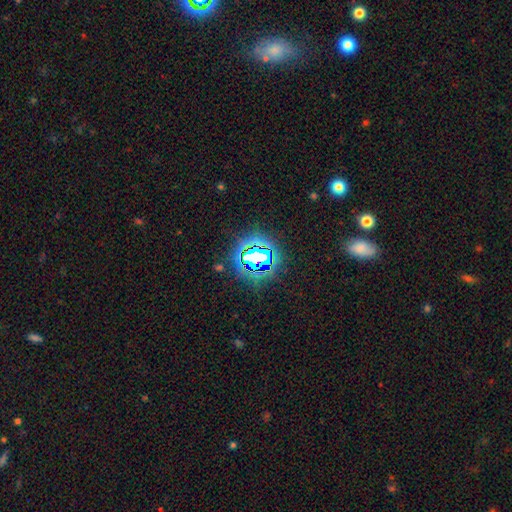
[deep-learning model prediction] A star or artifact, not a galaxy (75%).